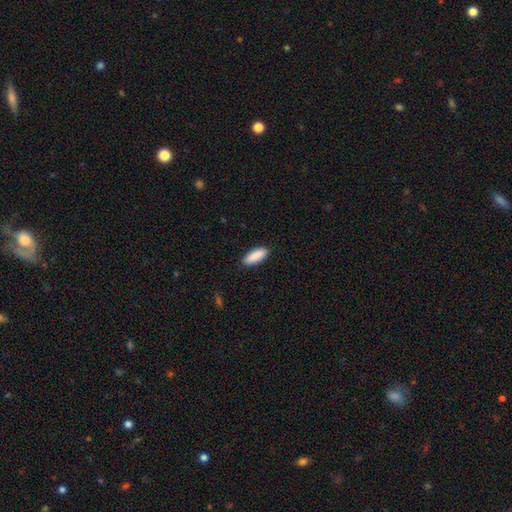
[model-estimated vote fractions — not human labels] Morphology: type=smooth (90%); roundness=in between (69%); merging=none (89%).